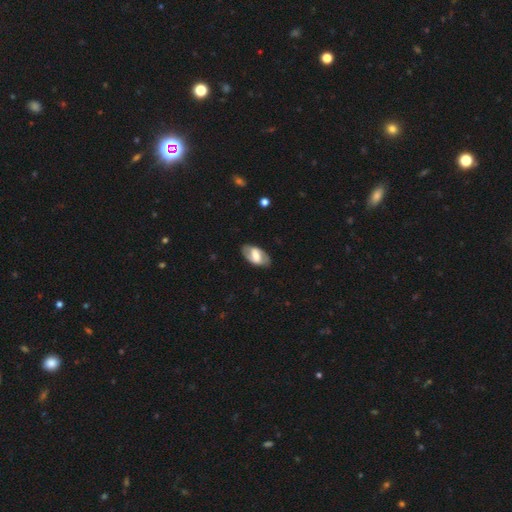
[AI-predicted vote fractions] Smooth or featured?
  - featured or disk: 48% *
  - smooth: 45%
  - star or artifact: 6%
Merging?
  - none: 83% *
  - minor disturbance: 13%
  - major disturbance: 4%
  - merger: 1%